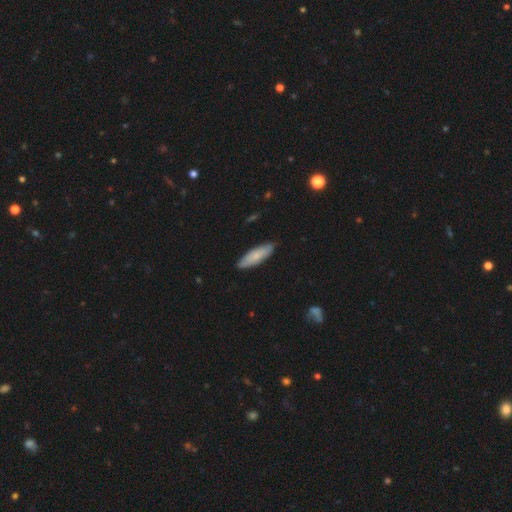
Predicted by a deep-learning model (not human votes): Q: Smooth or featured?
A: smooth (73%); runner-up: featured or disk (22%)
Q: How rounded?
A: in between (52%); runner-up: cigar-shaped (47%)
Q: Merging?
A: none (85%); runner-up: minor disturbance (13%)